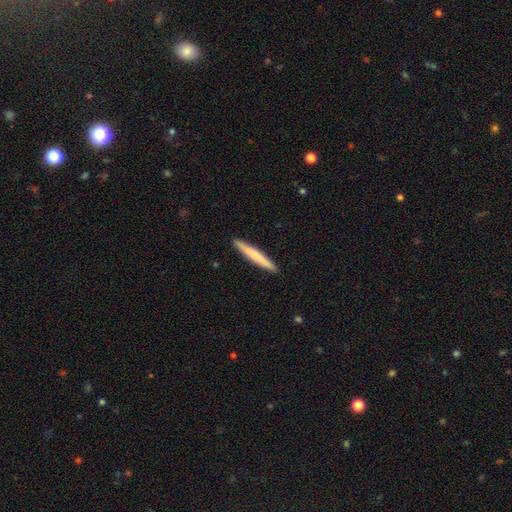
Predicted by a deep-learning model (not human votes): Overall: smooth (71%). How rounded: cigar-shaped (96%). Merging: none (93%).